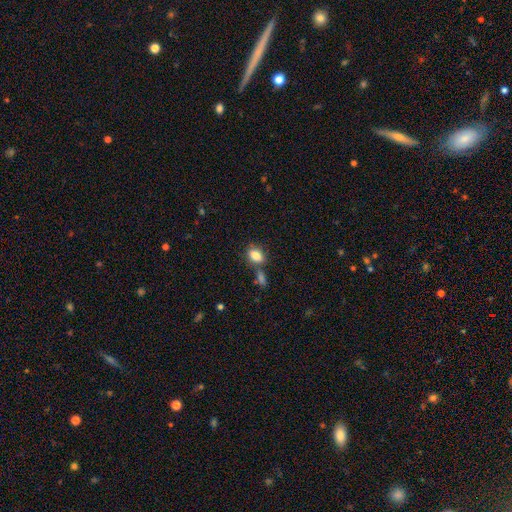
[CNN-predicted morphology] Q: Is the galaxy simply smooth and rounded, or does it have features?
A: smooth — 83%.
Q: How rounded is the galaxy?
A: in between — 81%.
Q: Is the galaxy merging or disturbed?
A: none — 58%.